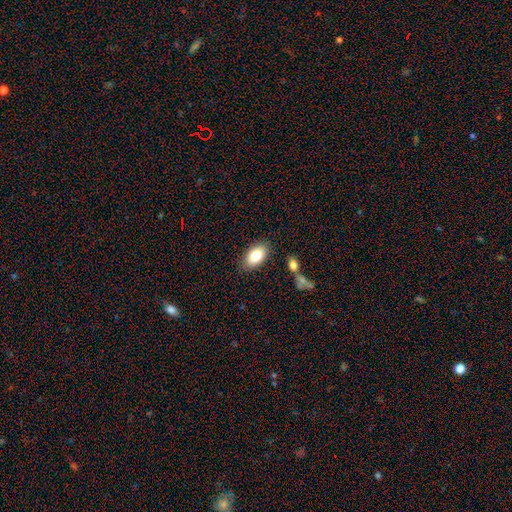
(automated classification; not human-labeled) Overall: smooth (81%). How rounded: in between (92%). Merging: none (83%).